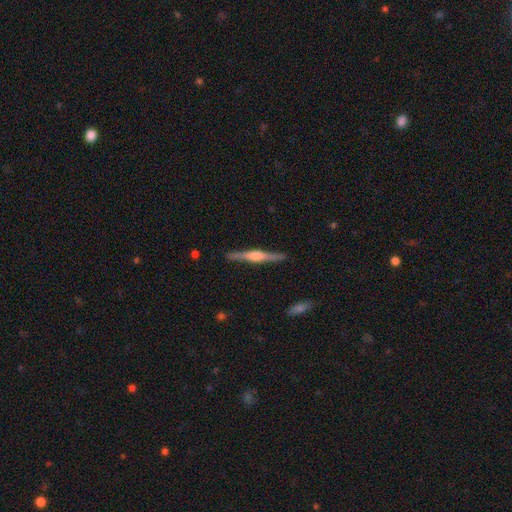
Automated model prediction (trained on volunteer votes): The model was most divided on "edge-on bulge": rounded: 73%, boxy: 21%, none: 6%. More confident: edge-on disk — yes (98%); merging — none (91%); smooth or featured — featured or disk (79%).